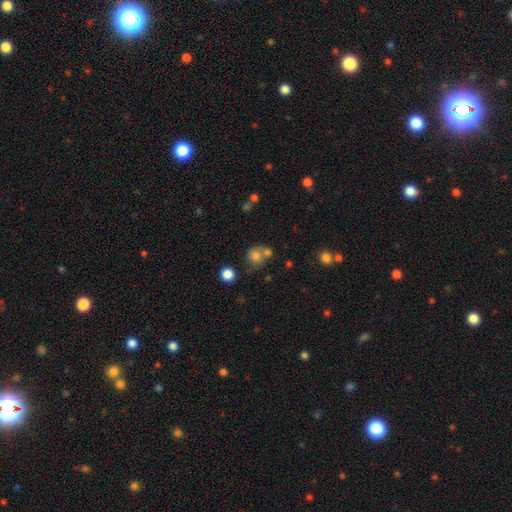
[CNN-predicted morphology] Smooth or featured?
  - smooth: 74% *
  - featured or disk: 14%
  - star or artifact: 12%
How rounded?
  - round: 79% *
  - in between: 20%
  - cigar-shaped: 1%
Merging?
  - none: 45% *
  - merger: 35%
  - minor disturbance: 14%
  - major disturbance: 7%